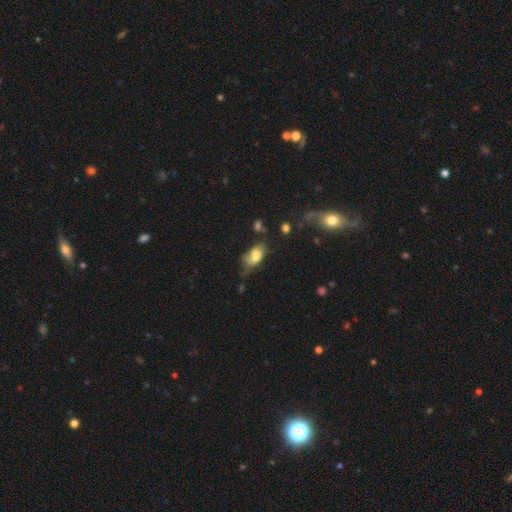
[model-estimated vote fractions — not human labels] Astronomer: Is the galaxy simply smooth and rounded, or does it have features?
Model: smooth — 70%.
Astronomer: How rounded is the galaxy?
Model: in between — 90%.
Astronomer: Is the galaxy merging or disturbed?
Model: minor disturbance — 37% (runner-up: none, 36%).